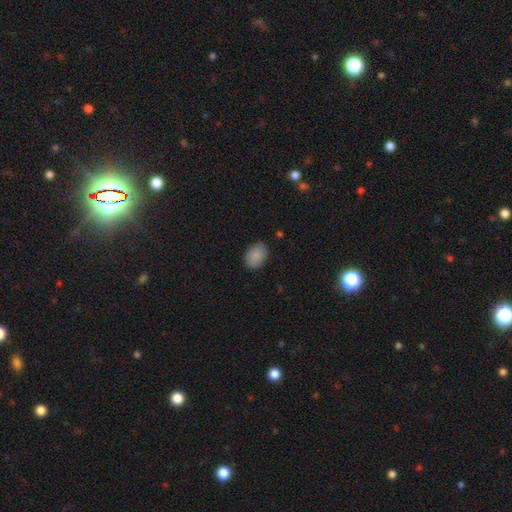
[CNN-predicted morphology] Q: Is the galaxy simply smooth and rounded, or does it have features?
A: smooth — 88%.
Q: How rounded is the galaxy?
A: in between — 81%.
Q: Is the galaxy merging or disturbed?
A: none — 86%.